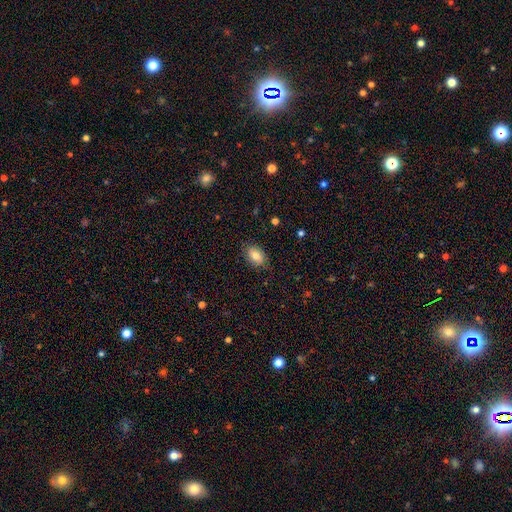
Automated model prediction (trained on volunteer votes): Smooth or featured? Predicted: smooth (p=0.76). How rounded? Predicted: in between (p=0.83). Merging? Predicted: none (p=0.79).